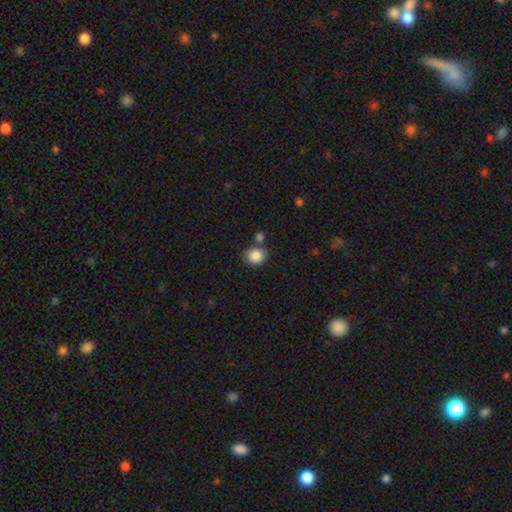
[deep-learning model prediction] Smooth or featured: smooth — 86% (star or artifact — 9%)
How rounded: round — 63% (in between — 36%)
Merging: none — 69% (merger — 14%)